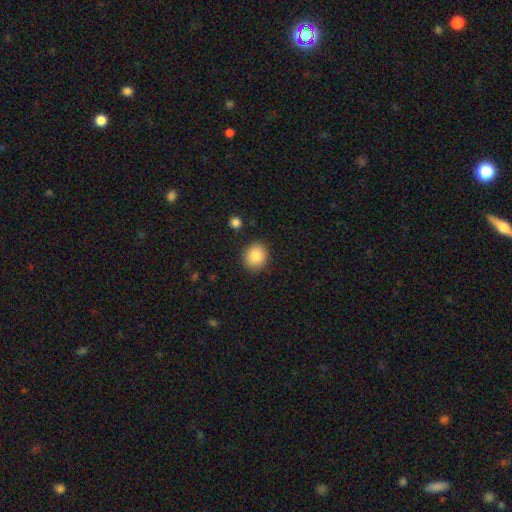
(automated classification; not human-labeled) This appears to be a smooth galaxy with no disk features (86%) that is round (84%). Merging: none (89%).